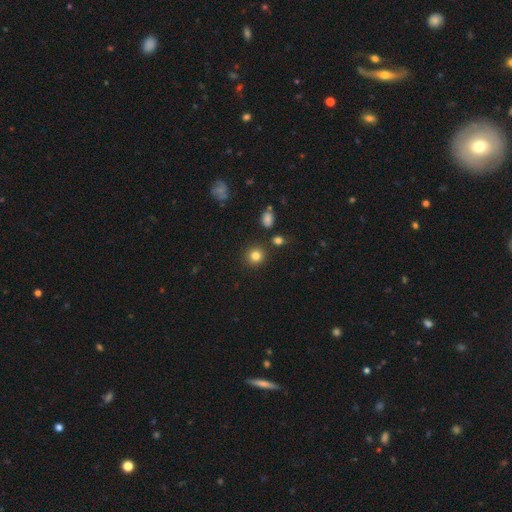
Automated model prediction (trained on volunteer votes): Smooth or featured: smooth — 82% (star or artifact — 12%)
How rounded: round — 89% (in between — 10%)
Merging: none — 87% (minor disturbance — 7%)